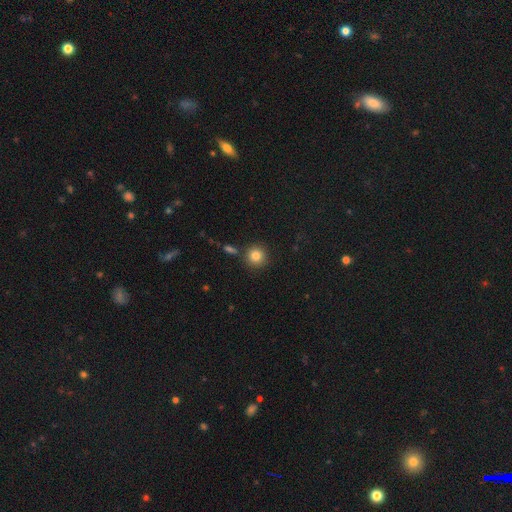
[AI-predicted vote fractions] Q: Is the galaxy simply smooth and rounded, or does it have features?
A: smooth — 83%.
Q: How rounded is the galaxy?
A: round — 93%.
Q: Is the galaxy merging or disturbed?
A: none — 84%.